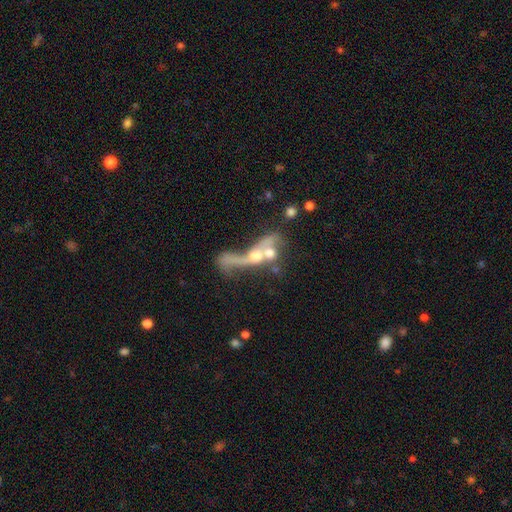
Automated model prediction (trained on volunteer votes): featured or disk 49%, smooth 39%, star or artifact 12%. Down the decision tree: merging — merger (69%).